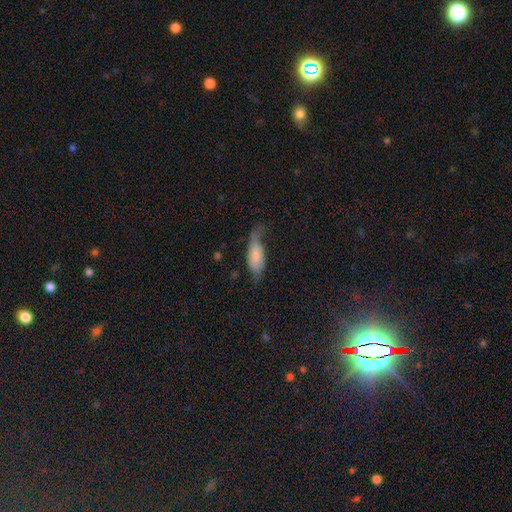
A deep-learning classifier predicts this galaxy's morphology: smooth 63%, featured or disk 30%, star or artifact 7%. Down the decision tree: how rounded — in between (71%); merging — none (40%).